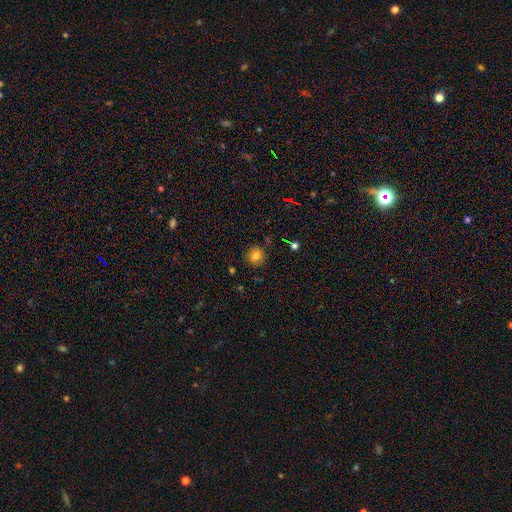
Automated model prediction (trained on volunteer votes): This appears to be a smooth galaxy with no disk features (80%) that is round (87%). Merging: none (84%).